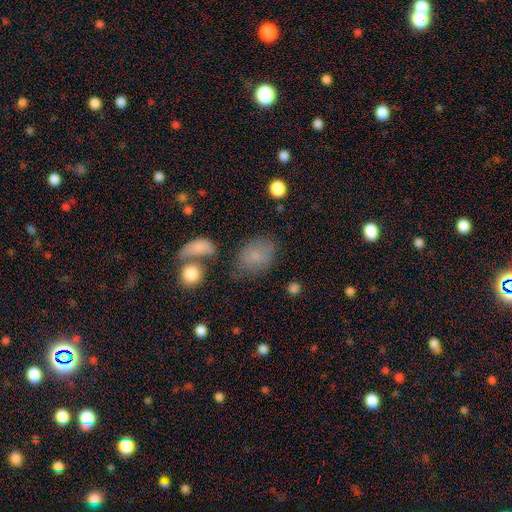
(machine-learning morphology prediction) Smooth or featured: smooth — 74% (featured or disk — 16%)
How rounded: in between — 74% (round — 25%)
Merging: none — 58% (minor disturbance — 22%)